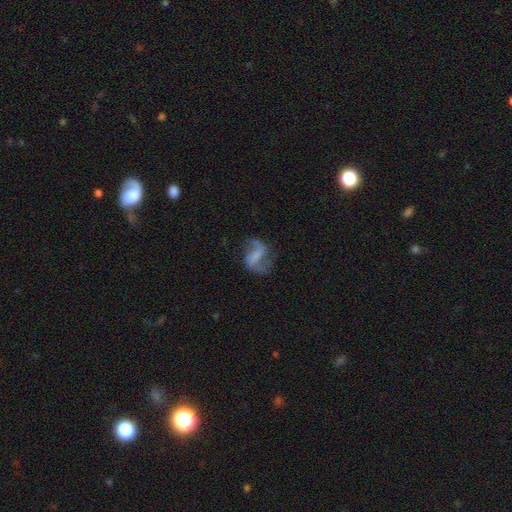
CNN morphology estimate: A featured or disk galaxy (72%) with a strong bar (44%), 2 (85%) loose (59%) spiral arms (86%) and no central bulge (60%). Merging: none (58%).